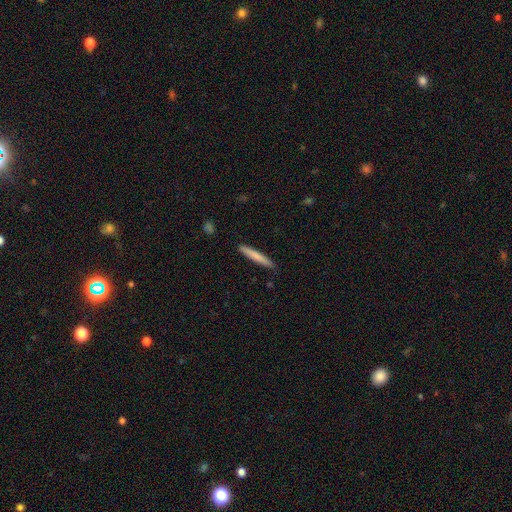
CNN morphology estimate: A smooth galaxy with no disk features (75%) that is cigar-shaped (95%).

Vote fractions:
- Smooth or featured? smooth: 75% / featured or disk: 19% / star or artifact: 5%
- How rounded? cigar-shaped: 95% / in between: 4% / round: 1%
- Merging? none: 90% / minor disturbance: 8% / major disturbance: 1% / merger: 1%